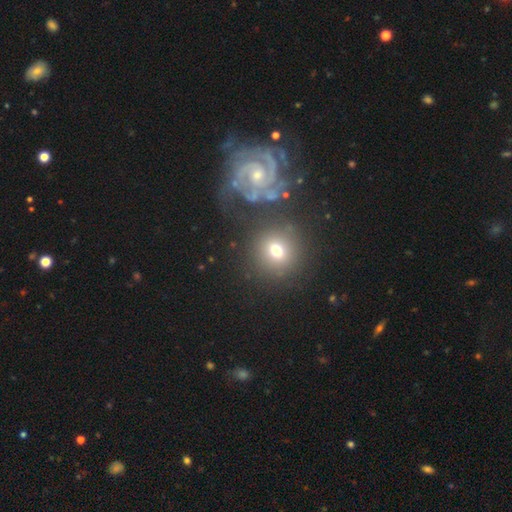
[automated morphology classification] A featured or disk galaxy (57%) with no bar (55%), spiral arms (93%) and a small central bulge (49%). Merging: none (74%).